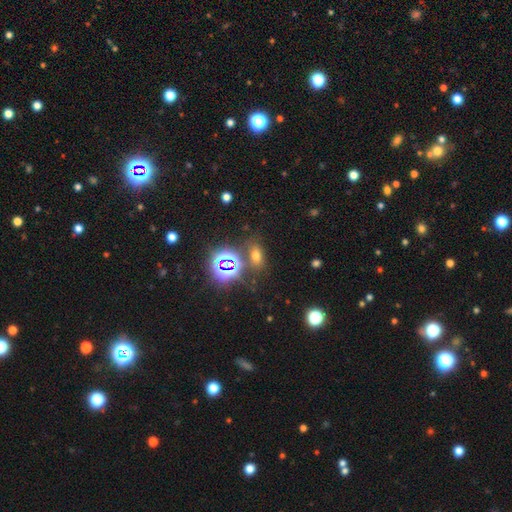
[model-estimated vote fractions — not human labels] smooth_or_featured: smooth (p=0.54) [alt: star or artifact p=0.37]
how_rounded: in between (p=0.78) [alt: round p=0.17]
merging: none (p=0.73) [alt: minor disturbance p=0.12]